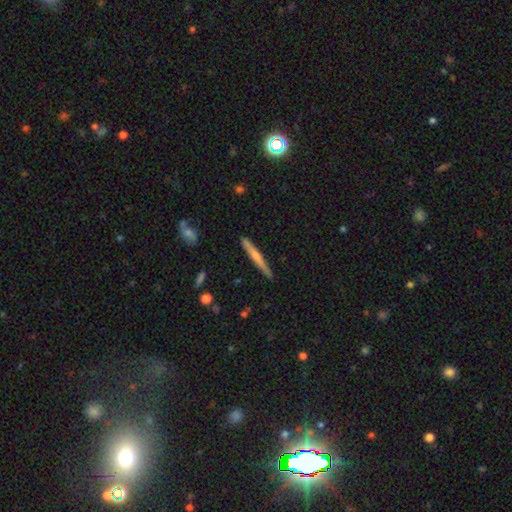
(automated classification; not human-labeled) Smooth or featured?
  - smooth: 51% *
  - featured or disk: 44%
  - star or artifact: 6%
How rounded?
  - cigar-shaped: 96% *
  - in between: 3%
  - round: 2%
Merging?
  - none: 88% *
  - minor disturbance: 9%
  - major disturbance: 2%
  - merger: 2%